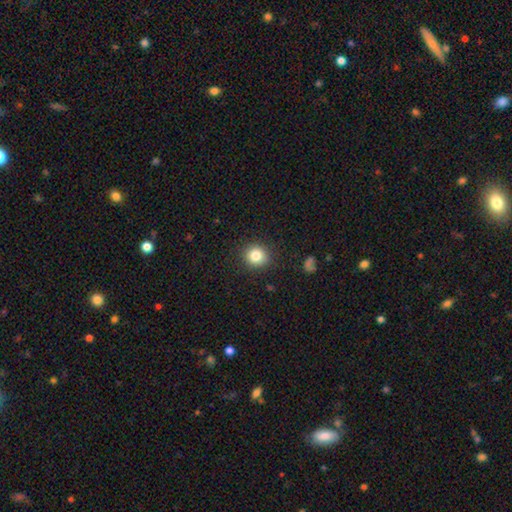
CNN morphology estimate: Smooth or featured? smooth (83%)
How rounded? round (88%)
Merging? none (89%)